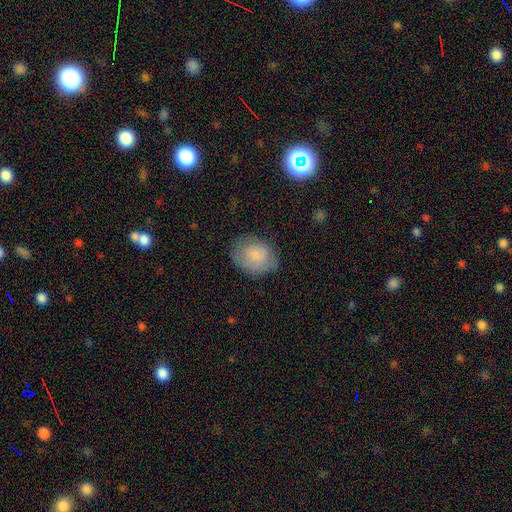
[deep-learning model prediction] A smooth galaxy with no disk features (77%) that is in between round and cigar-shaped (63%). Merging: none (73%).